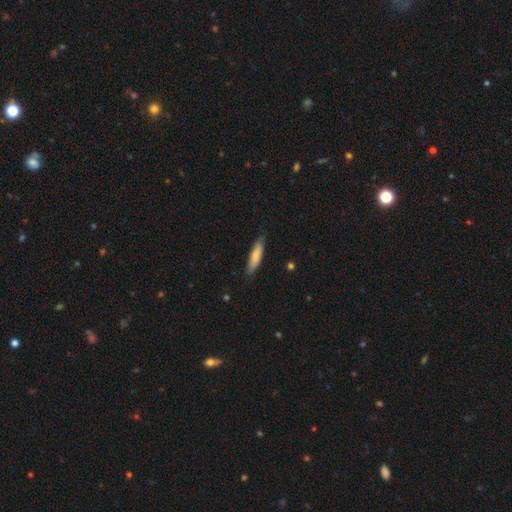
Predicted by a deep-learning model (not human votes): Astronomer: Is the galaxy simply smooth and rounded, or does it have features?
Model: smooth — 77%.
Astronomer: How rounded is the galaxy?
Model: cigar-shaped — 72%.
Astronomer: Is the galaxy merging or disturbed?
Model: none — 81%.